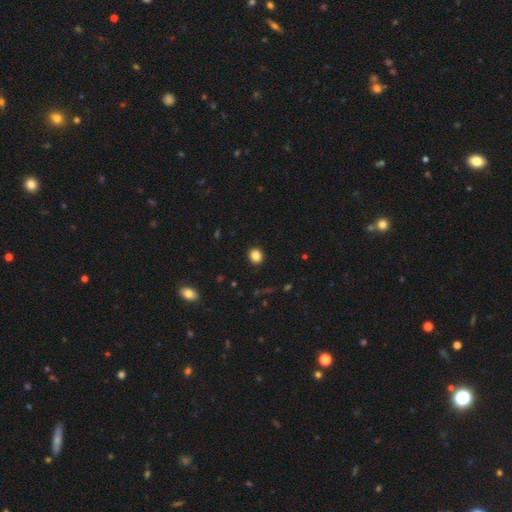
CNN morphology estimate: This appears to be a smooth galaxy with no disk features (85%) that is round (79%). Merging: none (92%).